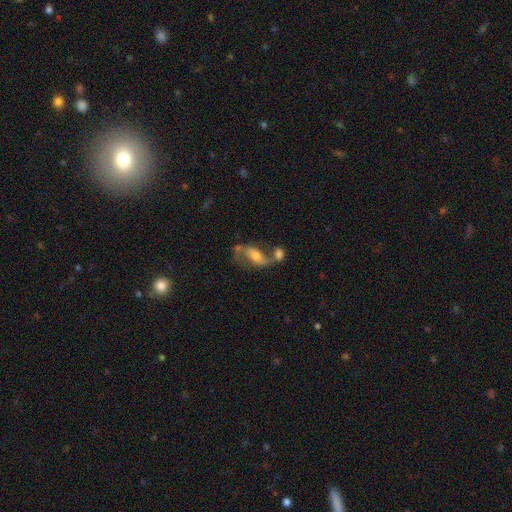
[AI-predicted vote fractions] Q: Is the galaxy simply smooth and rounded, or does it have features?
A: featured or disk — 68%.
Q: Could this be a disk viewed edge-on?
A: no — 90%.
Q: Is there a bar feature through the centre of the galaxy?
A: no — 42%.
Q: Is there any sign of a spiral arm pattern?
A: yes — 82%.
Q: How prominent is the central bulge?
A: moderate — 57%.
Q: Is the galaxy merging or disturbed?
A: none — 39%.